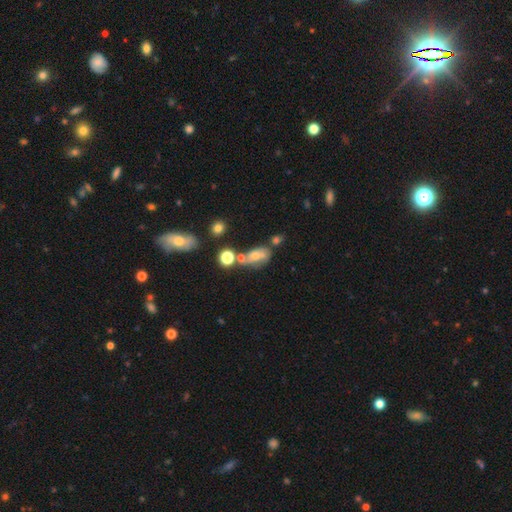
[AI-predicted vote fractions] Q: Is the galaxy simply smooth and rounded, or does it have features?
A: smooth — 48%.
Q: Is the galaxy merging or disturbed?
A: none — 40%.